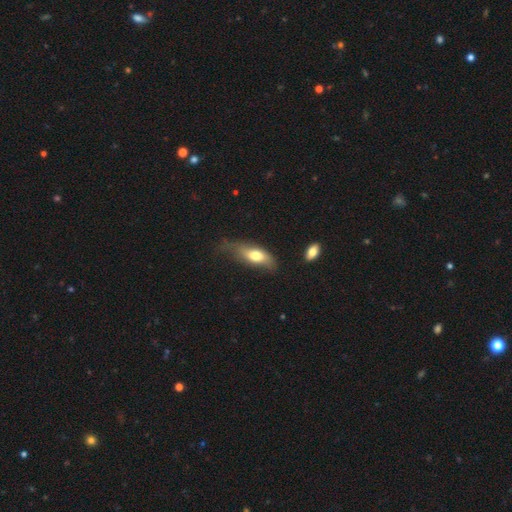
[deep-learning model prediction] A smooth galaxy with no disk features (68%) that is in between round and cigar-shaped (73%). Merging: none (44%).